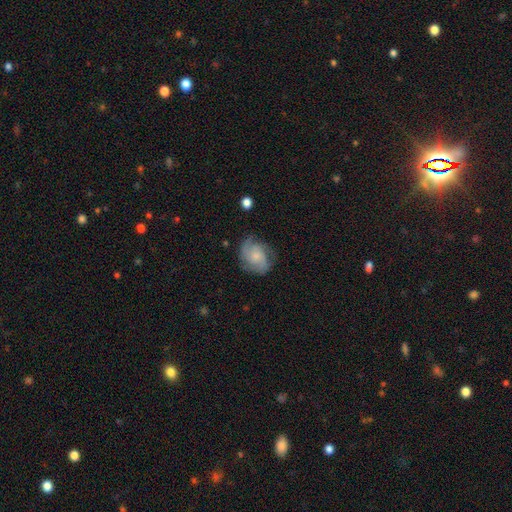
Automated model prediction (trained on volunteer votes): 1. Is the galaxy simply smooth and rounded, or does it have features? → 65% featured or disk, 28% smooth, 7% star or artifact.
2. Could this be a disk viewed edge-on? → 98% no, 2% yes.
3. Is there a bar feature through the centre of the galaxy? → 72% no, 24% weak, 4% strong.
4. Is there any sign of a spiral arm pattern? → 92% yes, 8% no.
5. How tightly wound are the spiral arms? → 45% medium, 38% tight, 17% loose.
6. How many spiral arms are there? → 39% 2, 29% 3, 18% can't tell, 5% 4, 4% 1, 4% more than 4.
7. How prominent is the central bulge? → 48% small, 31% moderate, 14% none, 6% large, 2% dominant.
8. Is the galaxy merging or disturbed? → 69% none, 21% minor disturbance, 9% major disturbance, 1% merger.